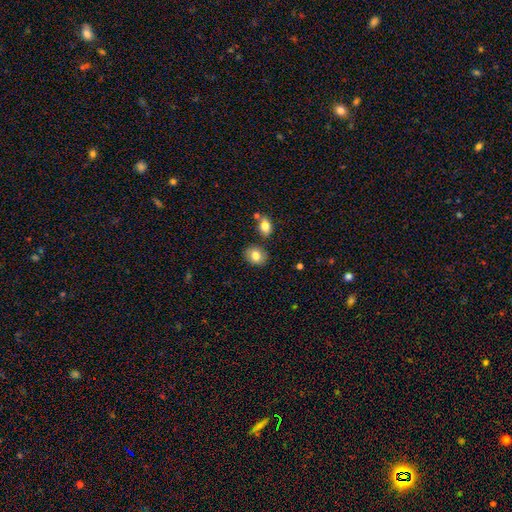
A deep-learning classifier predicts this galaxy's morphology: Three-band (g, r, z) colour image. It shows a smooth galaxy with no disk features (81%) that is in between round and cigar-shaped (51%). Merging: none (80%).